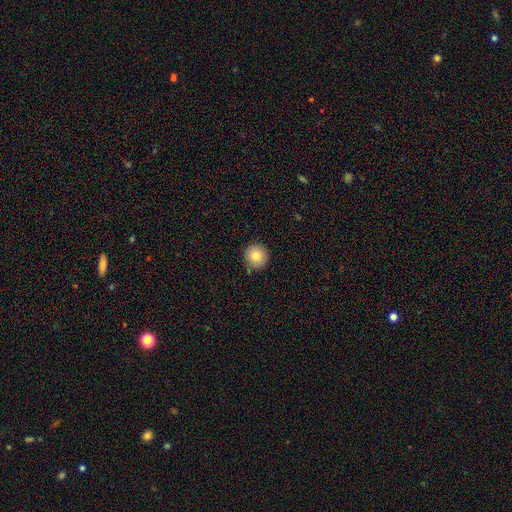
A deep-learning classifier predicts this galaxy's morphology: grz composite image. It shows a smooth galaxy with no disk features (83%) that is round (95%). Merging: none (89%).